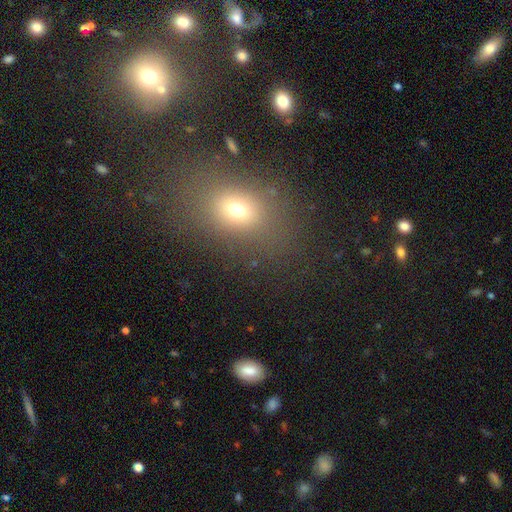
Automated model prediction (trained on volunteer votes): A smooth galaxy with no disk features (58%) that is in between round and cigar-shaped (62%).

Vote fractions:
- Smooth or featured? smooth: 58% / star or artifact: 31% / featured or disk: 11%
- How rounded? in between: 62% / round: 36% / cigar-shaped: 2%
- Merging? none: 79% / minor disturbance: 11% / merger: 5% / major disturbance: 5%